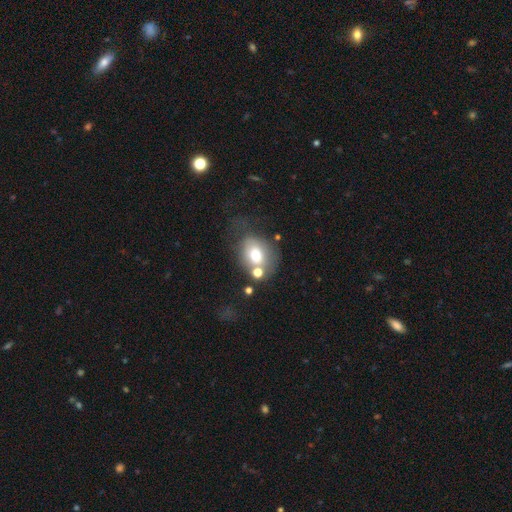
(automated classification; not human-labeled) This is likely a smooth galaxy (67%). How rounded: possibly in between (58%). Merging: marginally none (43%).